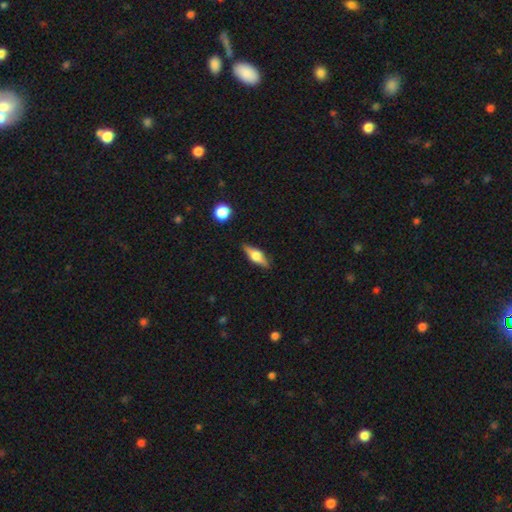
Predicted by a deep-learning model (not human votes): A featured or disk galaxy (58%) viewed edge-on (94%) with a rounded central bulge (91%).

Vote fractions:
- Smooth or featured? featured or disk: 58% / smooth: 35% / star or artifact: 7%
- Edge-on disk? yes: 94% / no: 6%
- Edge-on bulge? rounded: 91% / boxy: 8% / none: 2%
- Merging? none: 86% / minor disturbance: 10% / major disturbance: 2% / merger: 2%